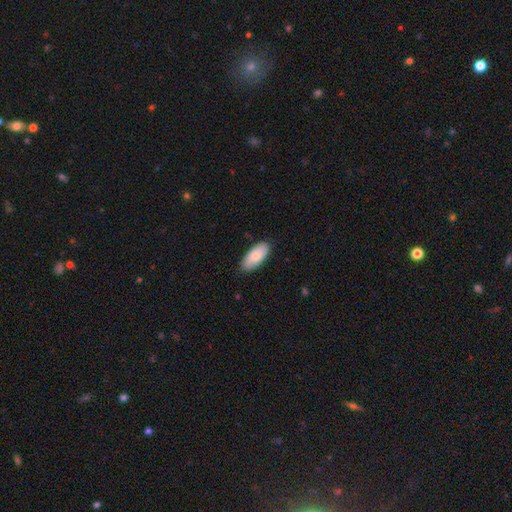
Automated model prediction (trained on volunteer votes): Overall: smooth (81%). How rounded: in between (89%). Merging: none (86%).